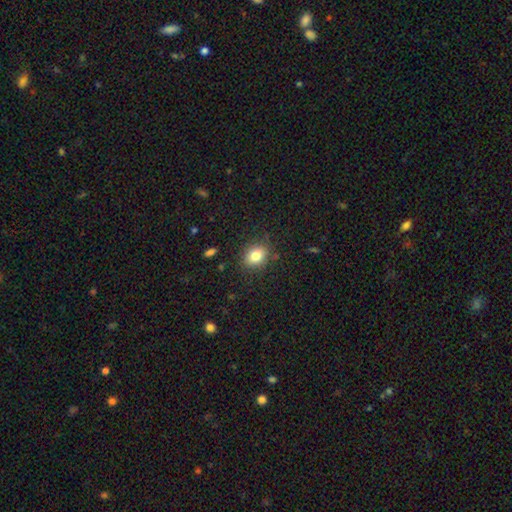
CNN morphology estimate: Q: Smooth or featured?
A: smooth (80%); runner-up: star or artifact (11%)
Q: How rounded?
A: round (50%); runner-up: in between (49%)
Q: Merging?
A: none (85%); runner-up: minor disturbance (11%)